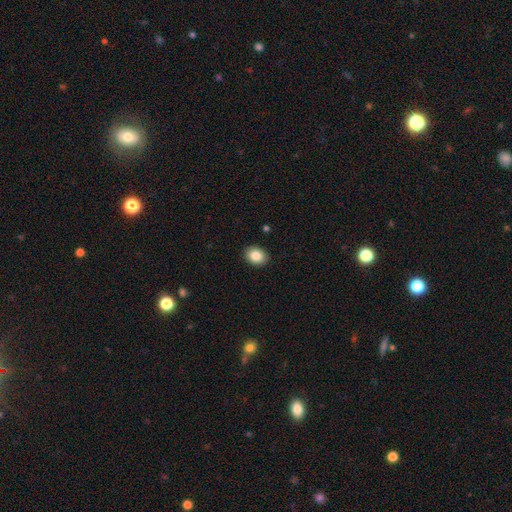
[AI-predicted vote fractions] smooth-or-featured: smooth: 86% | star or artifact: 8% | featured or disk: 5%
  how-rounded: in between: 63% | round: 37% | cigar-shaped: 1%
  merging: none: 91% | minor disturbance: 7% | major disturbance: 2% | merger: 1%